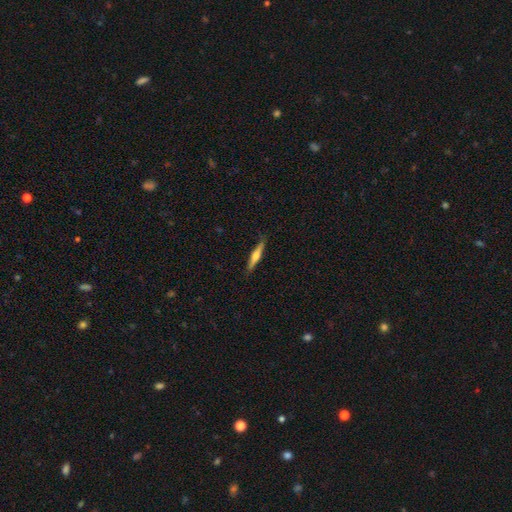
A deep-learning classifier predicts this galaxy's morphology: The model was most divided on "smooth or featured": featured or disk: 55%, smooth: 40%, star or artifact: 6%. More confident: edge-on disk — yes (96%); merging — none (85%); edge-on bulge — rounded (84%).